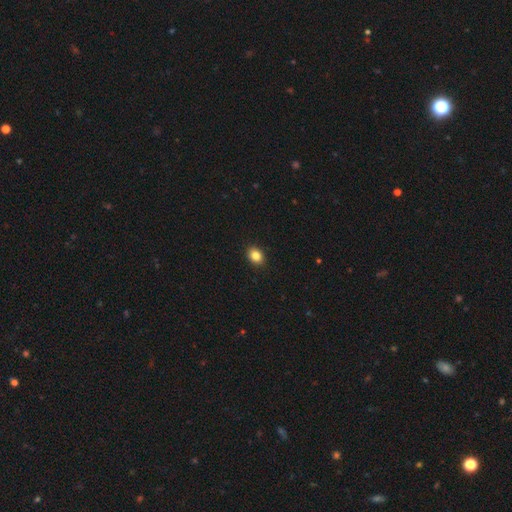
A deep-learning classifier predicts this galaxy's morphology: smooth-or-featured: smooth: 85% | star or artifact: 10% | featured or disk: 6%
  how-rounded: in between: 63% | round: 36% | cigar-shaped: 1%
  merging: none: 91% | minor disturbance: 6% | major disturbance: 2% | merger: 1%